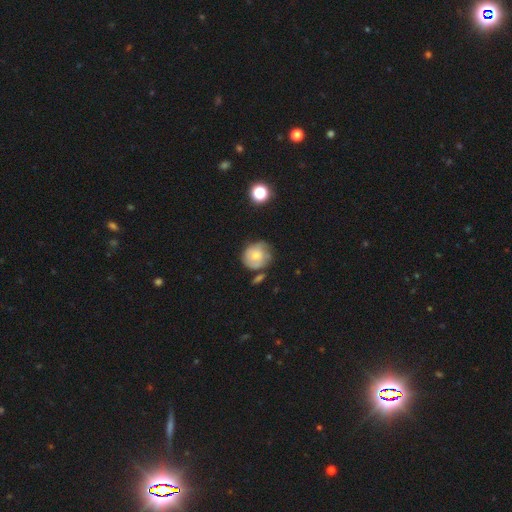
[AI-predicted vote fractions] This appears to be a smooth galaxy with no disk features (55%) that is round (82%). Merging: none (56%).